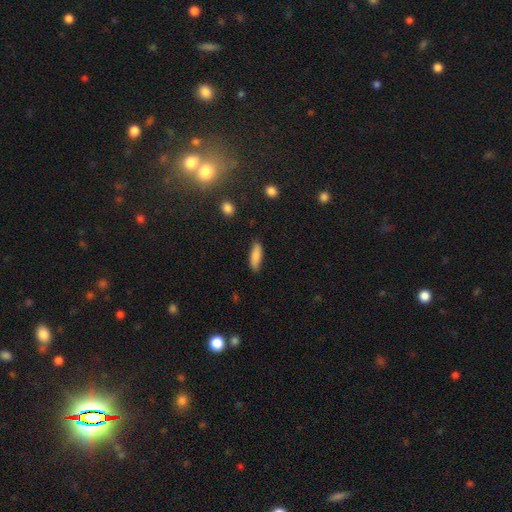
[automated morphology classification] Smooth or featured? Predicted: smooth (p=0.86). How rounded? Predicted: in between (p=0.56). Merging? Predicted: none (p=0.84).